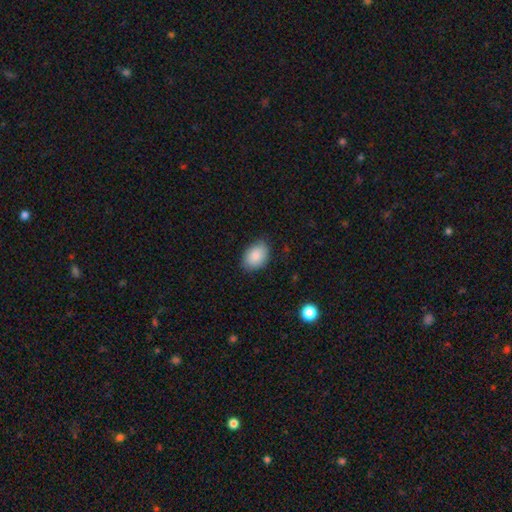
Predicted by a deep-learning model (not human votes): This appears to be a smooth galaxy with no disk features (88%) that is in between round and cigar-shaped (83%). Merging: none (82%).